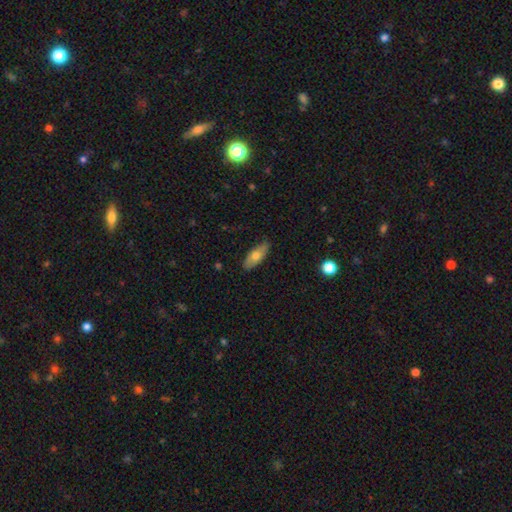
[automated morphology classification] A smooth galaxy with no disk features (67%) that is in between round and cigar-shaped (74%).

Vote fractions:
- Smooth or featured? smooth: 67% / featured or disk: 27% / star or artifact: 6%
- How rounded? in between: 74% / cigar-shaped: 23% / round: 3%
- Merging? none: 85% / minor disturbance: 12% / major disturbance: 2% / merger: 1%